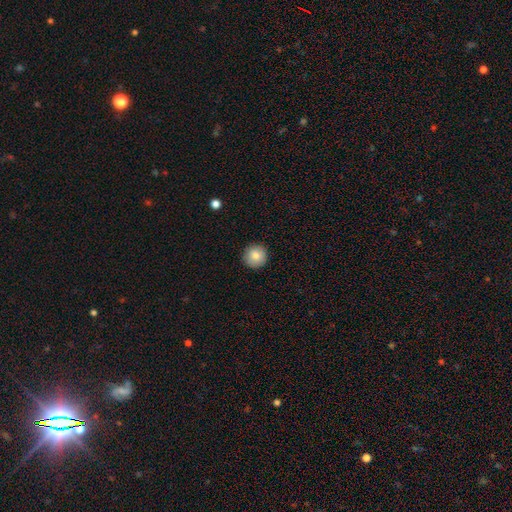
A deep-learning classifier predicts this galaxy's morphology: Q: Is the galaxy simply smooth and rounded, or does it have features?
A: smooth — 85%.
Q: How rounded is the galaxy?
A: round — 95%.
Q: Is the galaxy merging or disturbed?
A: none — 91%.